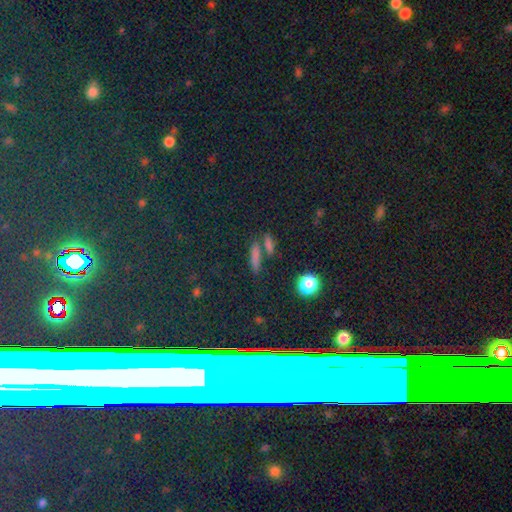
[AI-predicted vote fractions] Smooth or featured?
  - smooth: 48% *
  - star or artifact: 37%
  - featured or disk: 15%
Merging?
  - none: 75% *
  - minor disturbance: 11%
  - merger: 8%
  - major disturbance: 5%